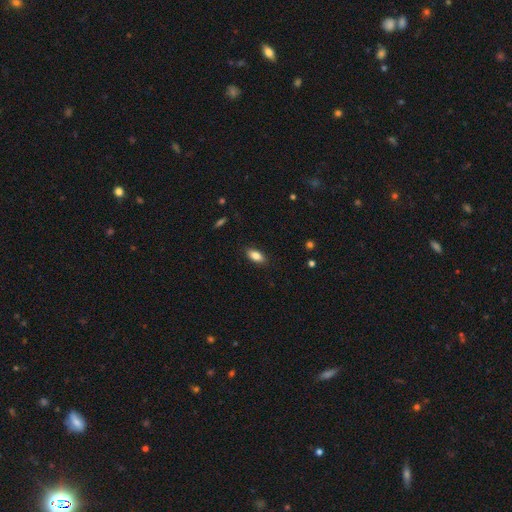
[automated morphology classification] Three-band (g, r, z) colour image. It shows a smooth galaxy with no disk features (84%) that is in between round and cigar-shaped (88%). Merging: none (87%).